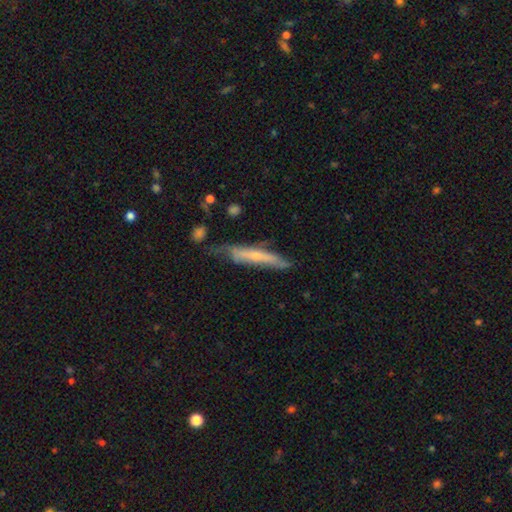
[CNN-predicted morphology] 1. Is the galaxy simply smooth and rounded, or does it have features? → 53% featured or disk, 41% smooth, 6% star or artifact.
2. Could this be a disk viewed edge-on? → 69% yes, 31% no.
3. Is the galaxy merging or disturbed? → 50% none, 31% minor disturbance, 14% major disturbance, 4% merger.